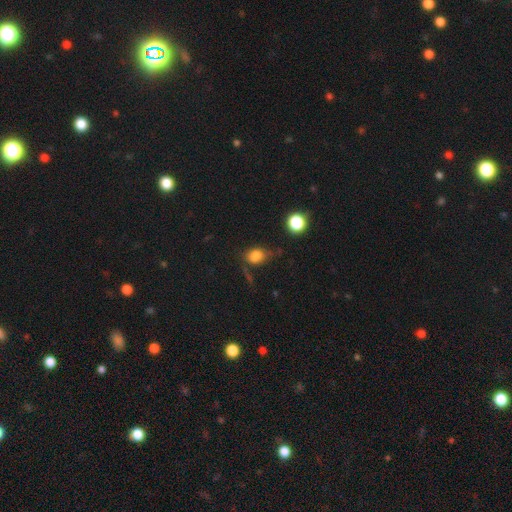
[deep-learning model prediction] This is likely a smooth galaxy (78%). How rounded: possibly in between (58%). Merging: possibly none (52%).